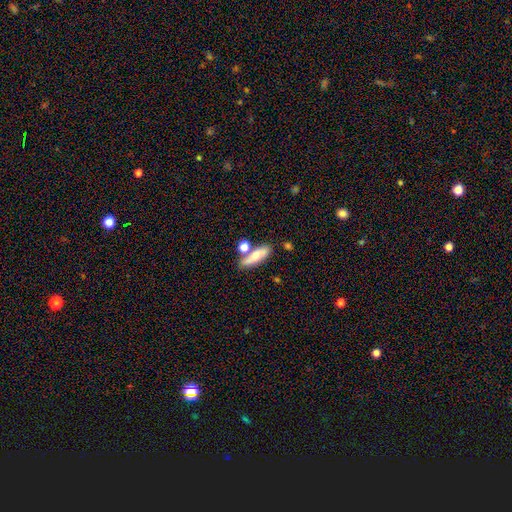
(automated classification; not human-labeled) Smooth or featured? Predicted: smooth (p=0.64). How rounded? Predicted: in between (p=0.52). Merging? Predicted: none (p=0.62).